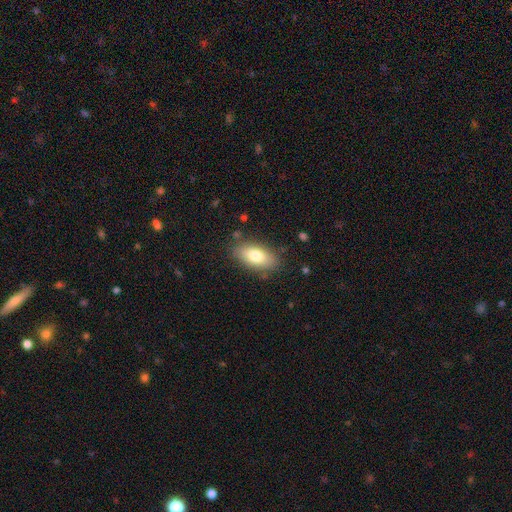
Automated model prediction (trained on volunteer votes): A smooth galaxy with no disk features (78%) that is in between round and cigar-shaped (89%). Merging: none (83%).